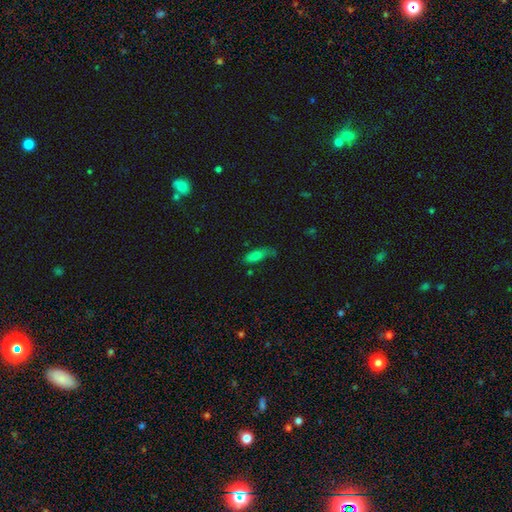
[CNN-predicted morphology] A smooth galaxy with no disk features (73%) that is in between round and cigar-shaped (68%).

Vote fractions:
- Smooth or featured? smooth: 73% / featured or disk: 17% / star or artifact: 10%
- How rounded? in between: 68% / cigar-shaped: 28% / round: 3%
- Merging? none: 48% / minor disturbance: 32% / major disturbance: 14% / merger: 5%